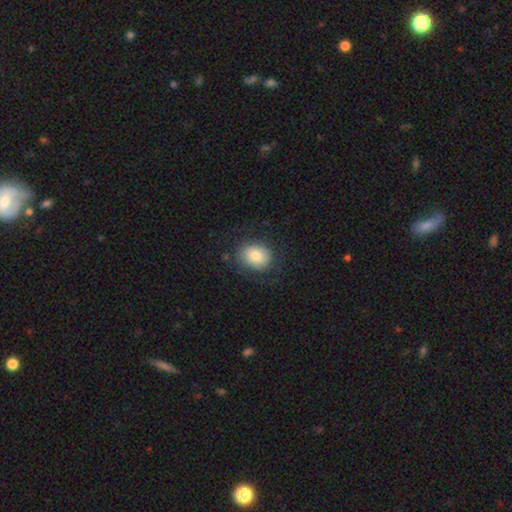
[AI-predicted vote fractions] Q: Smooth or featured?
A: smooth (78%); runner-up: featured or disk (14%)
Q: How rounded?
A: in between (53%); runner-up: round (46%)
Q: Merging?
A: none (77%); runner-up: minor disturbance (14%)